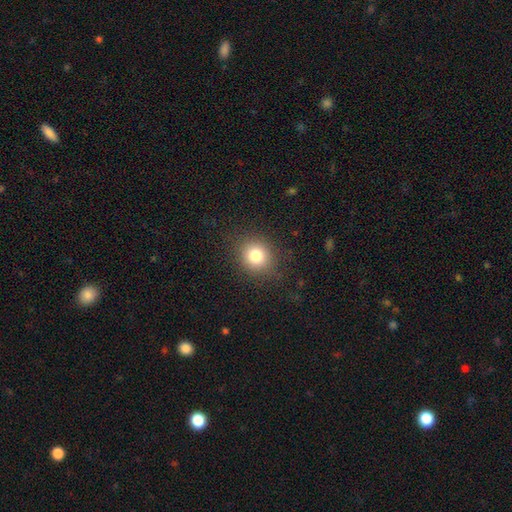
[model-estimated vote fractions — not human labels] This appears to be a smooth galaxy with no disk features (80%) that is round (81%). Merging: none (86%).